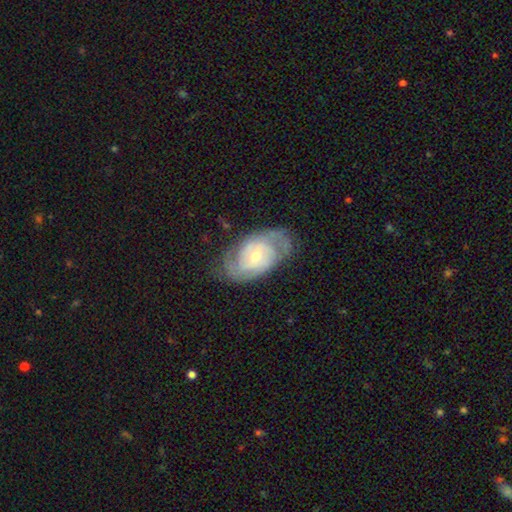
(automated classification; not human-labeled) Overall: featured or disk (82%). Edge-on disk: no (96%). Bar: no (61%; weak 33%). Spiral arms: yes (93%). Spiral arm count: 2 (59%; can't tell 21%). Spiral winding: tight (55%; medium 35%). Bulge size: moderate (48%, tied with small). Merging: none (70%).